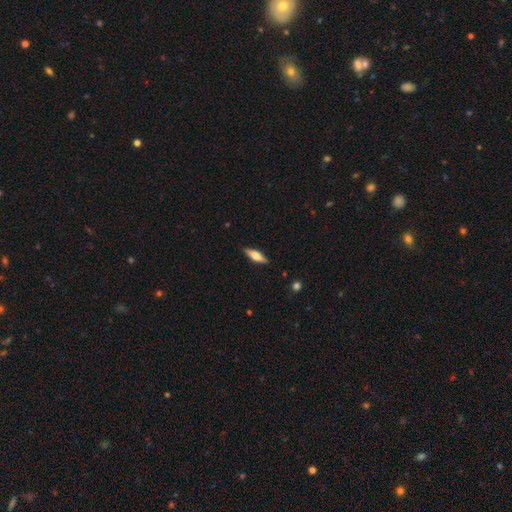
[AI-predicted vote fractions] This is possibly a featured or disk galaxy (48%). Merging: clearly none (88%).